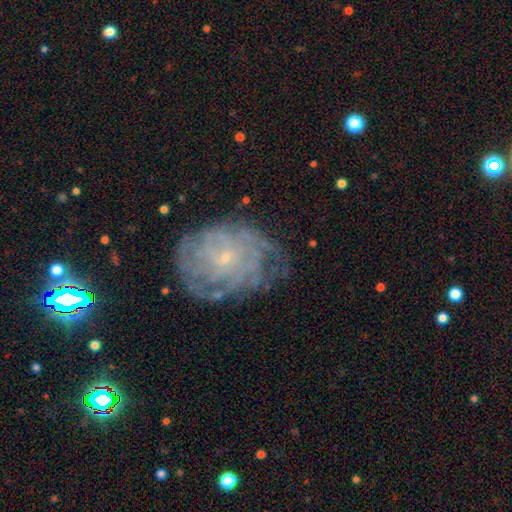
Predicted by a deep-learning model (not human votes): The model was most divided on "spiral arm count": can't tell: 56%, 4: 12%, more than 4: 10%, 3: 8%, 2: 8%, 1: 6%. More confident: edge-on disk — no (97%); spiral arms — yes (84%); bulge size — small (84%); bar — no (77%); smooth or featured — featured or disk (72%); spiral winding — tight (71%); merging — none (66%).